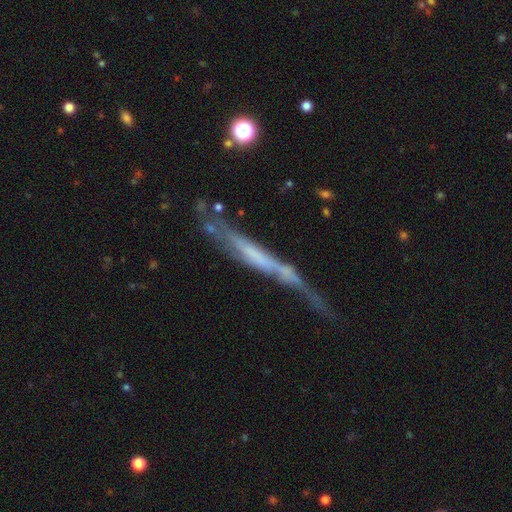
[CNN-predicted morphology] A featured or disk galaxy (64%) viewed edge-on (84%) with no central bulge (63%).

Vote fractions:
- Smooth or featured? featured or disk: 64% / smooth: 28% / star or artifact: 8%
- Edge-on disk? yes: 84% / no: 16%
- Edge-on bulge? none: 63% / boxy: 23% / rounded: 14%
- Merging? none: 39% / minor disturbance: 26% / major disturbance: 22% / merger: 13%